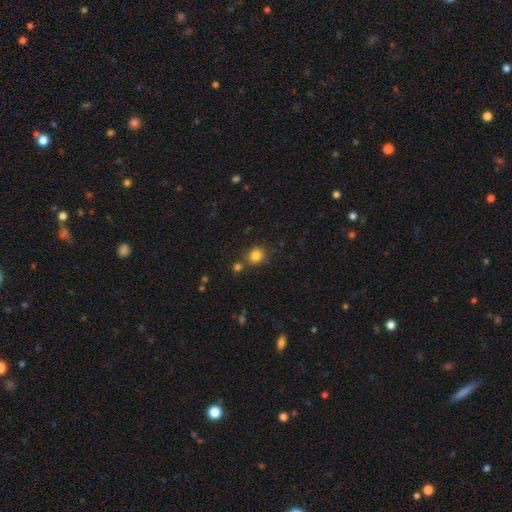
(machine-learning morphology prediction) smooth-or-featured: smooth: 83% | star or artifact: 12% | featured or disk: 5%
  how-rounded: round: 84% | in between: 15% | cigar-shaped: 1%
  merging: none: 74% | merger: 12% | minor disturbance: 10% | major disturbance: 3%